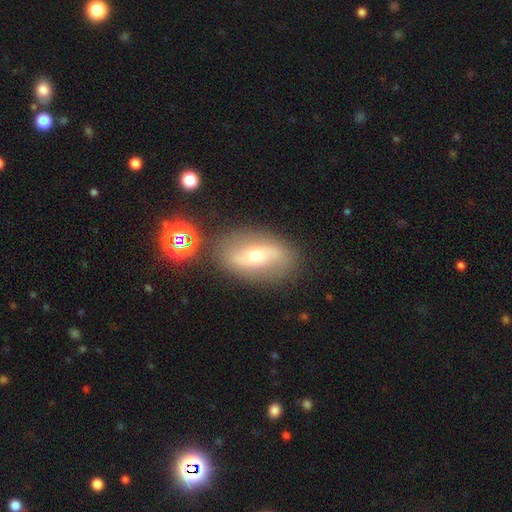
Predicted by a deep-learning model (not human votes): This is possibly a featured or disk galaxy (58%). It is clearly not viewed edge-on (89%). Bar: marginally no (38%). Spiral arm pattern: possibly yes (59%). Central bulge: likely moderate (70%). Merging: likely none (77%).